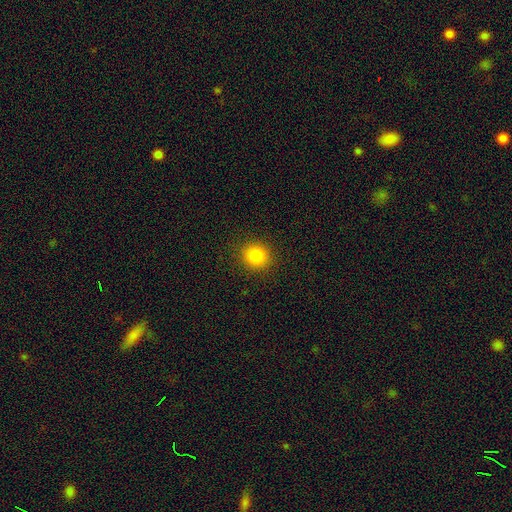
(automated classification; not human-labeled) Morphology: type=smooth (83%); roundness=round (88%); merging=none (91%).